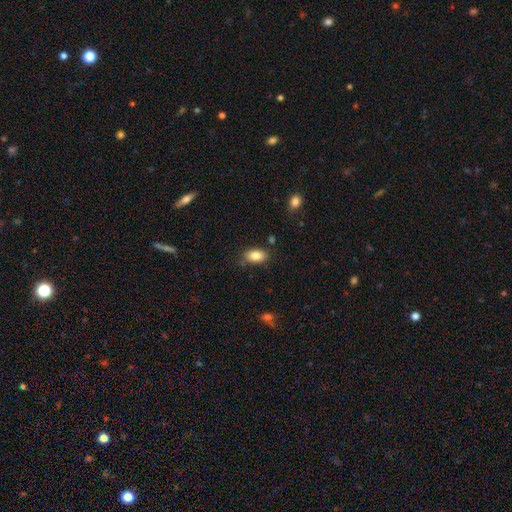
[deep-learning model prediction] A smooth galaxy with no disk features (84%) that is in between round and cigar-shaped (91%). Merging: none (79%).